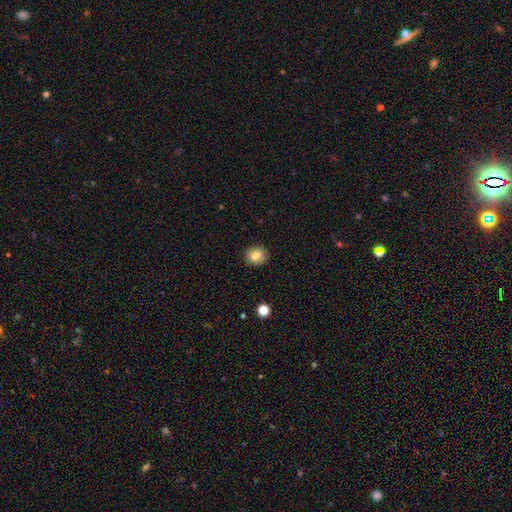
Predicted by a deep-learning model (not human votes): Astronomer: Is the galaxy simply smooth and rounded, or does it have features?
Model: smooth — 82%.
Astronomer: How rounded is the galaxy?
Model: round — 75%.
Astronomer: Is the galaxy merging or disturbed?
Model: none — 90%.